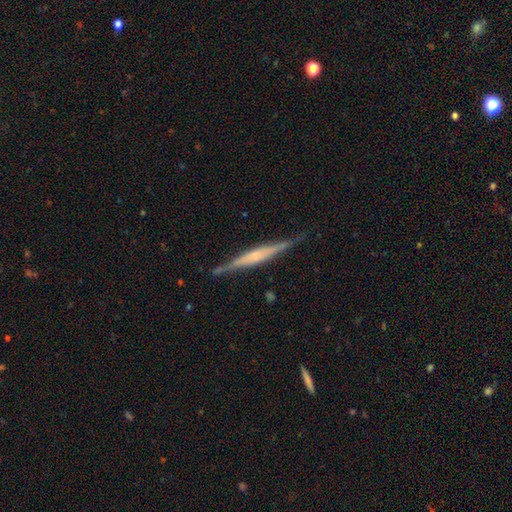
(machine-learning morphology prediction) Smooth or featured?
  - featured or disk: 71% *
  - smooth: 23%
  - star or artifact: 6%
Edge-on disk?
  - yes: 97% *
  - no: 3%
Edge-on bulge?
  - rounded: 40% *
  - boxy: 32%
  - none: 28%
Merging?
  - none: 83% *
  - minor disturbance: 12%
  - major disturbance: 2%
  - merger: 2%